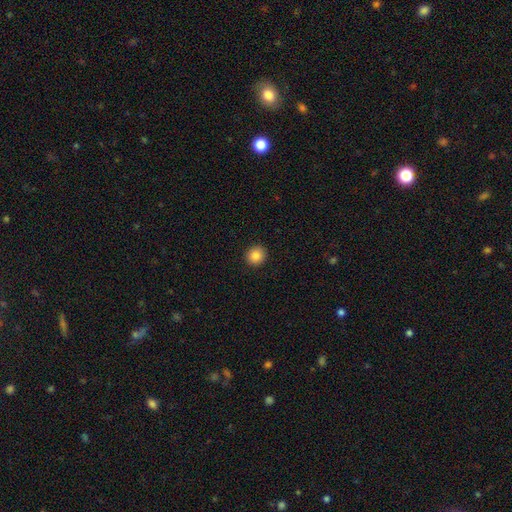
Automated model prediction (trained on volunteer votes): smooth_or_featured: smooth (p=0.86) [alt: star or artifact p=0.09]
how_rounded: round (p=0.87) [alt: in between p=0.12]
merging: none (p=0.92) [alt: minor disturbance p=0.05]